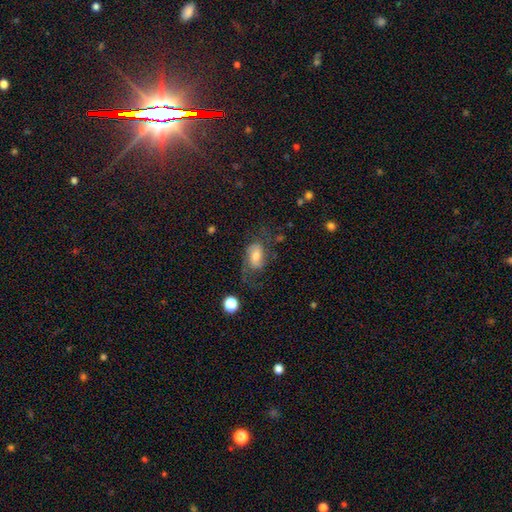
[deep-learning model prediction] Smooth or featured: featured or disk — 55% (smooth — 34%)
Edge-on disk: no — 95% (yes — 5%)
Bar: no — 43% (tied with weak — 43%)
Spiral arms: yes — 85% (no — 15%)
Bulge size: moderate — 55% (small — 23%)
Merging: none — 53% (major disturbance — 23%)